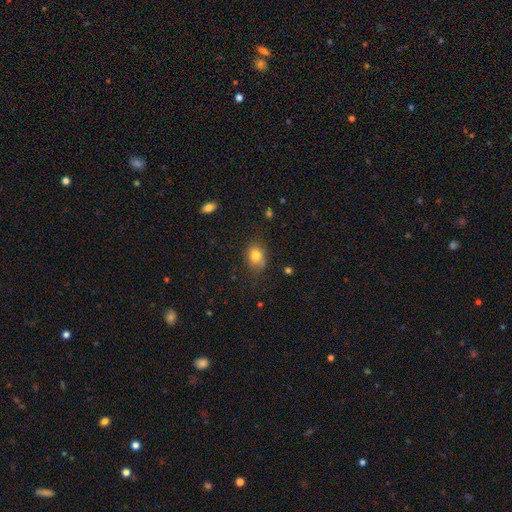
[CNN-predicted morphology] A smooth galaxy with no disk features (80%) that is in between round and cigar-shaped (55%).

Vote fractions:
- Smooth or featured? smooth: 80% / star or artifact: 11% / featured or disk: 9%
- How rounded? in between: 55% / round: 44% / cigar-shaped: 1%
- Merging? none: 68% / minor disturbance: 24% / major disturbance: 6% / merger: 2%